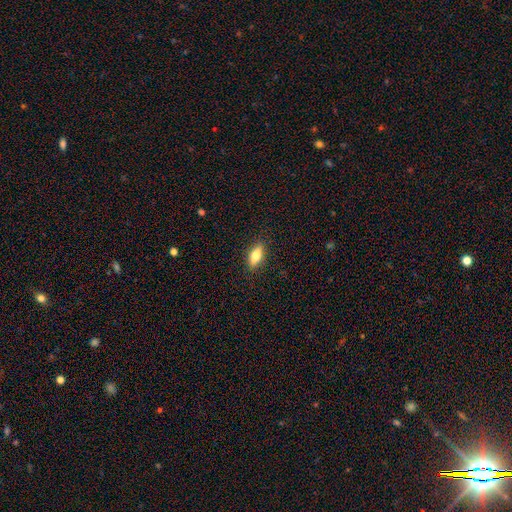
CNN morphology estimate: This appears to be a smooth galaxy with no disk features (66%) that is in between round and cigar-shaped (68%). Merging: none (87%).